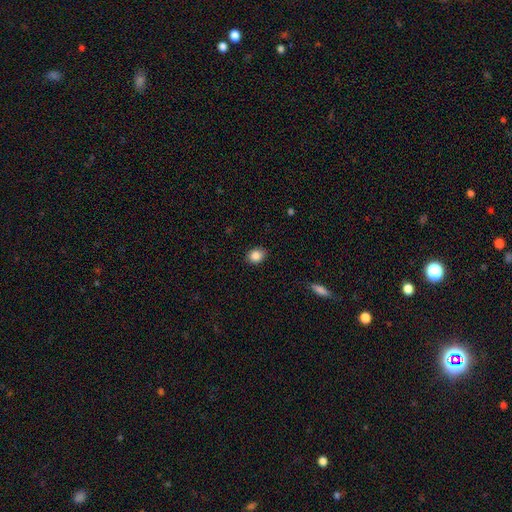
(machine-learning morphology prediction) Smooth or featured: smooth — 86% (star or artifact — 9%)
How rounded: round — 53% (in between — 46%)
Merging: none — 85% (minor disturbance — 12%)